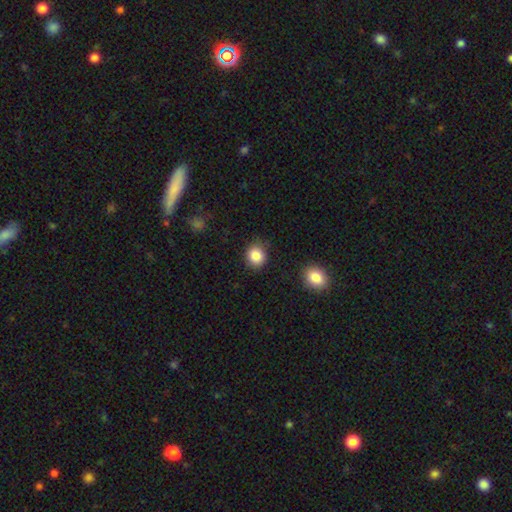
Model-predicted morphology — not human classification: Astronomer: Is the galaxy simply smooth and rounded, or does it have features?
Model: smooth — 87%.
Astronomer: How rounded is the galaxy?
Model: round — 79%.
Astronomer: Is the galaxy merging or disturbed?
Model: none — 81%.